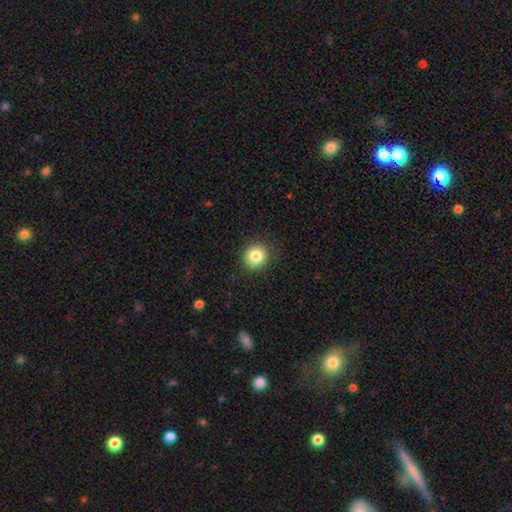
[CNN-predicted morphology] smooth_or_featured: smooth (p=0.84) [alt: star or artifact p=0.10]
how_rounded: round (p=0.89) [alt: in between p=0.10]
merging: none (p=0.90) [alt: minor disturbance p=0.07]